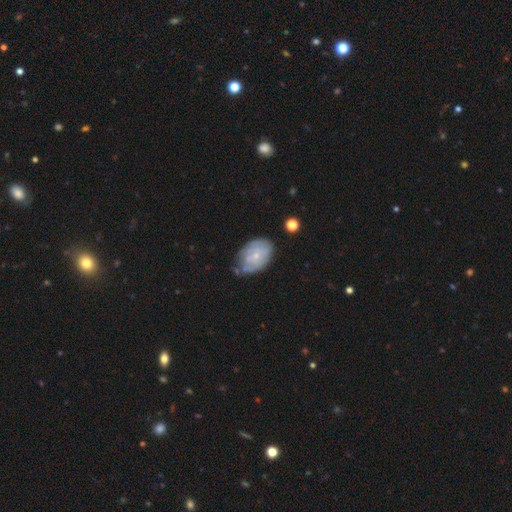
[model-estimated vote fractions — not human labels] smooth_or_featured: featured or disk (p=0.48) [alt: smooth p=0.45]
merging: none (p=0.54) [alt: minor disturbance p=0.31]